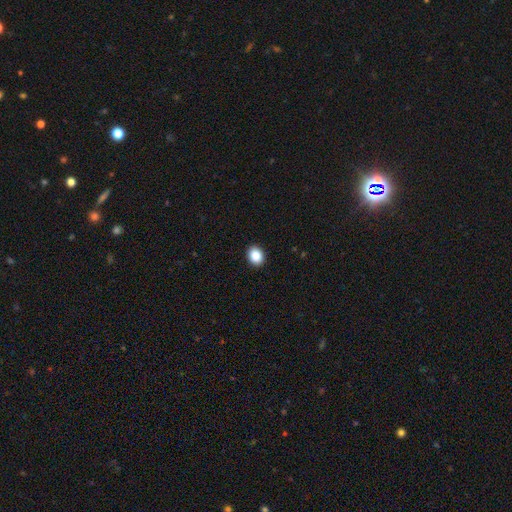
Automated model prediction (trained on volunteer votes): smooth_or_featured: smooth (p=0.88) [alt: star or artifact p=0.09]
how_rounded: round (p=0.54) [alt: in between p=0.45]
merging: none (p=0.92) [alt: minor disturbance p=0.06]